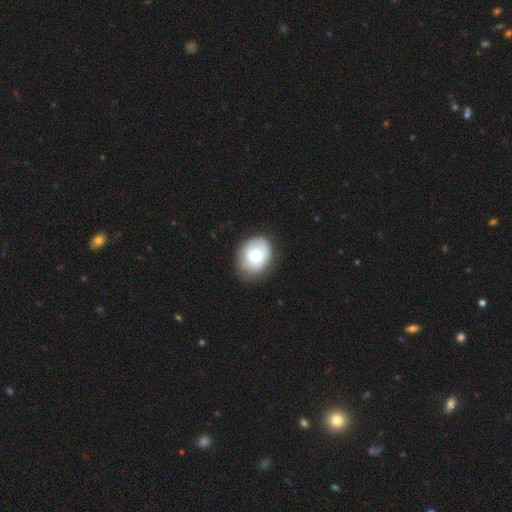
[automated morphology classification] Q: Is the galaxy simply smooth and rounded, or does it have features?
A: smooth — 69%.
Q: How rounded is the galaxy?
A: in between — 52%.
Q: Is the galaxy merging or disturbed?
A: none — 72%.